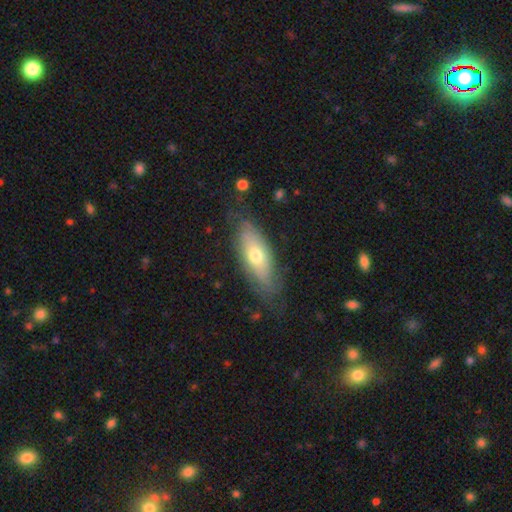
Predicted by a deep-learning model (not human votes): The model was most divided on "smooth or featured": smooth: 52%, featured or disk: 41%, star or artifact: 7%. More confident: merging — none (71%); how rounded — in between (69%).